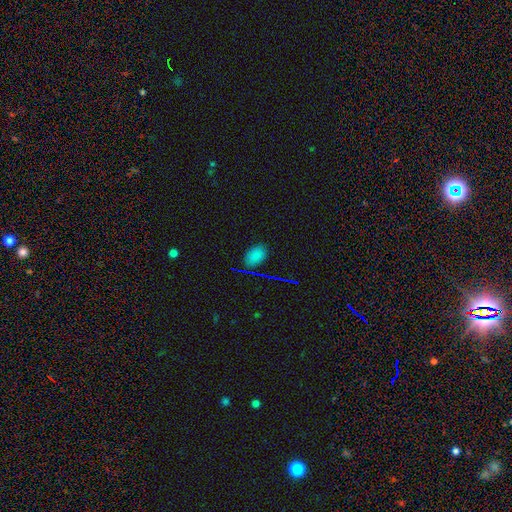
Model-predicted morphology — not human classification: type=smooth (76%); roundness=in between (85%); merging=none (82%).